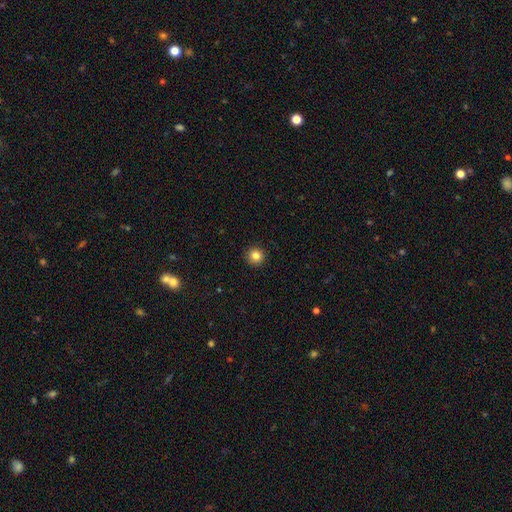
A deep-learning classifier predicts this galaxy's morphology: The model was most divided on "smooth or featured": smooth: 83%, star or artifact: 11%, featured or disk: 5%. More confident: how rounded — round (95%); merging — none (93%).